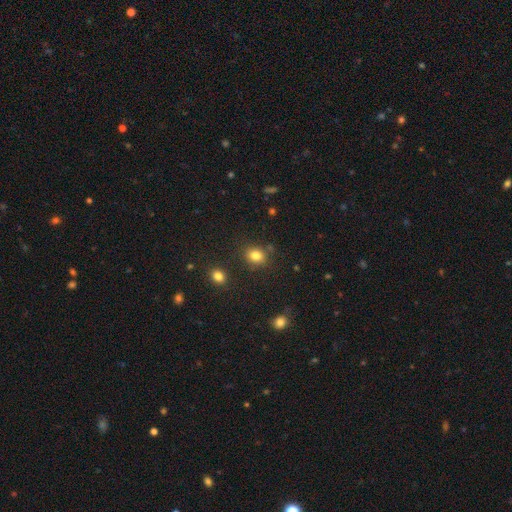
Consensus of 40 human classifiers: smooth-or-featured: smooth: 88% | star or artifact: 8% | featured or disk: 5%
  how-rounded: in between: 54% | round: 46% | cigar-shaped: 0%
  merging: none: 89% | minor disturbance: 8% | major disturbance: 3% | merger: 0%